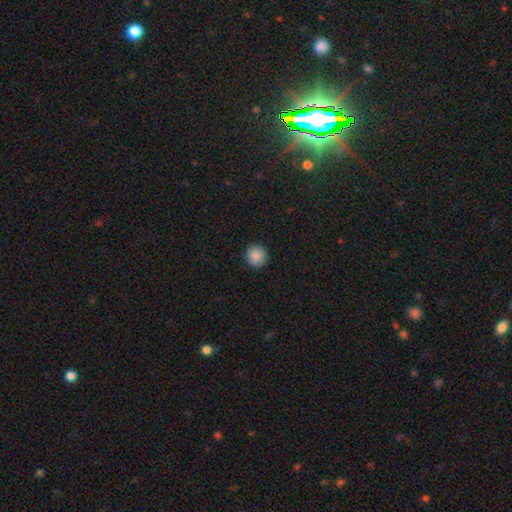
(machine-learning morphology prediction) smooth-or-featured: smooth: 88% | star or artifact: 9% | featured or disk: 3%
  how-rounded: round: 94% | in between: 5% | cigar-shaped: 1%
  merging: none: 92% | minor disturbance: 6% | major disturbance: 2% | merger: 1%